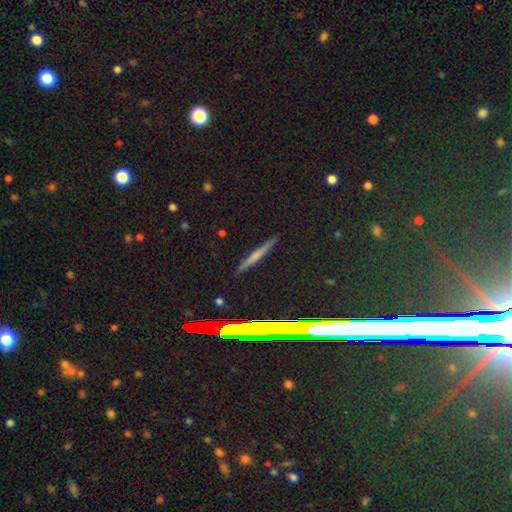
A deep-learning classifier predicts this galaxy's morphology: Overall: featured or disk (43%; smooth 42%). Merging: none (88%).